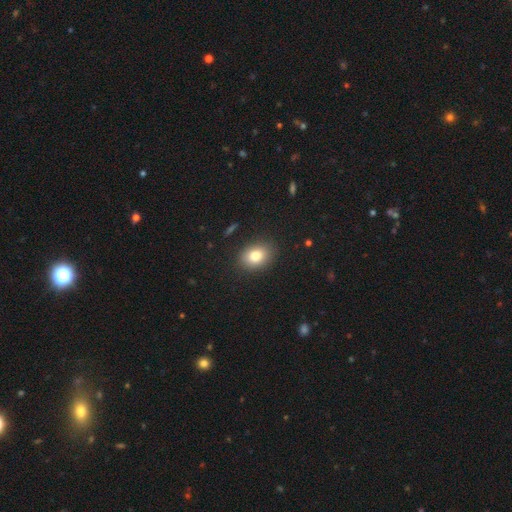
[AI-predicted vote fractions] smooth 81%, star or artifact 10%, featured or disk 9%. Down the decision tree: how rounded — in between (63%); merging — none (87%).